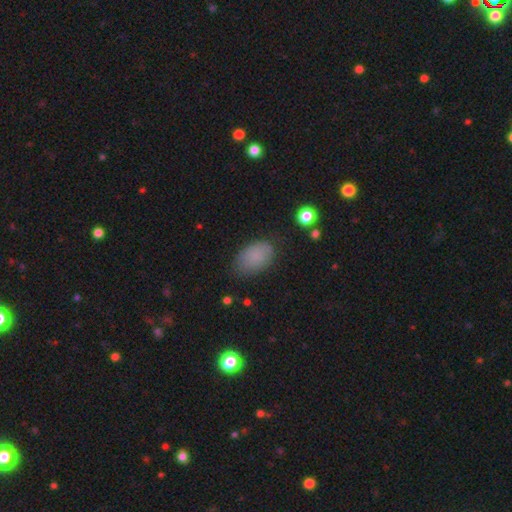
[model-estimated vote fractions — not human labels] This appears to be a smooth galaxy with no disk features (84%) that is in between round and cigar-shaped (90%). Merging: none (76%).